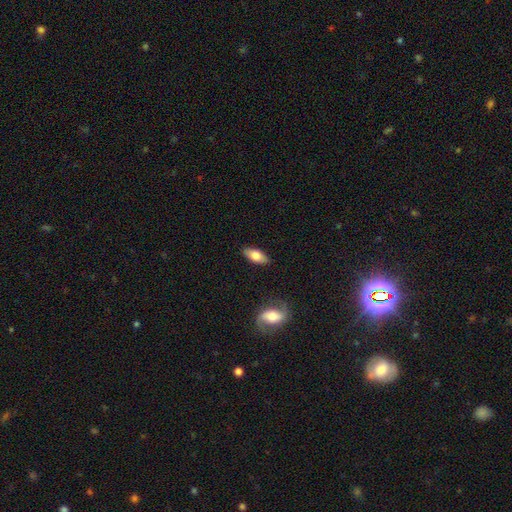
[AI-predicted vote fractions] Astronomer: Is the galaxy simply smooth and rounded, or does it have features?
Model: smooth — 70%.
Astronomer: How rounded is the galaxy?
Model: in between — 83%.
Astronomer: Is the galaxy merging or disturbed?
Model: none — 86%.